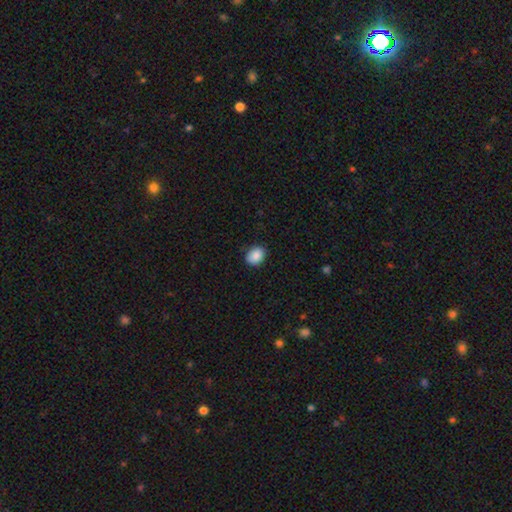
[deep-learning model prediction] Overall: smooth (87%). How rounded: in between (57%; round 42%). Merging: none (83%).